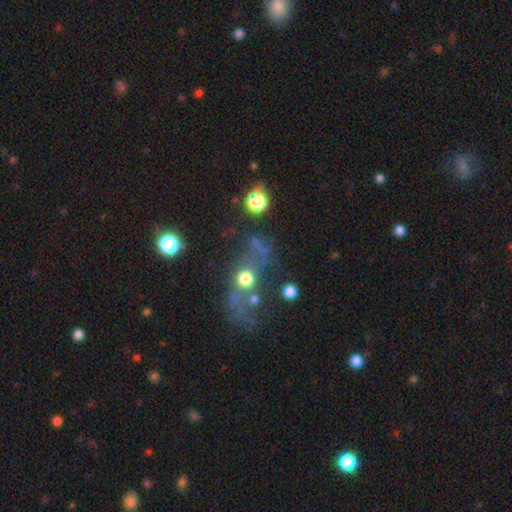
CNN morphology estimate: A featured or disk galaxy (38%).

Vote fractions:
- Smooth or featured? featured or disk: 38% / star or artifact: 33% / smooth: 29%
- Merging? none: 41% / major disturbance: 24% / merger: 21% / minor disturbance: 14%